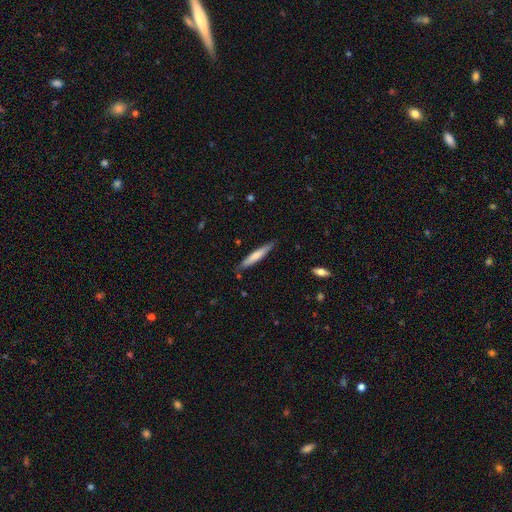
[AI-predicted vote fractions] Overall: smooth (63%; featured or disk 32%). How rounded: cigar-shaped (94%). Merging: none (85%).